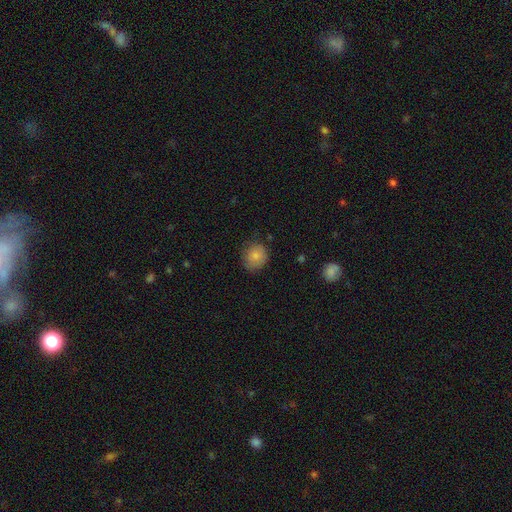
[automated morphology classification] Smooth or featured? smooth (80%)
How rounded? round (77%)
Merging? none (74%)